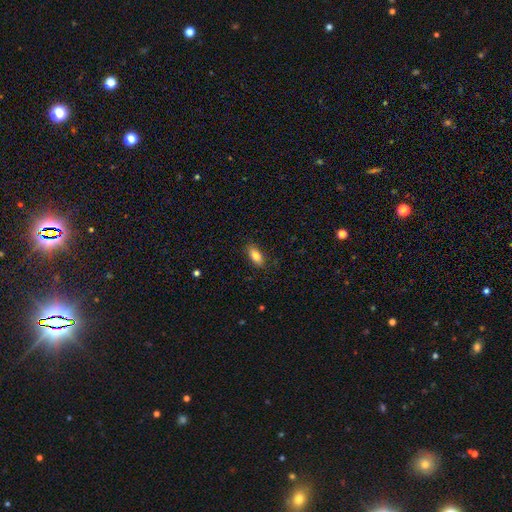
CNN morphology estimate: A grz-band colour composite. It shows a smooth galaxy with no disk features (82%) that is in between round and cigar-shaped (86%). Merging: none (85%).